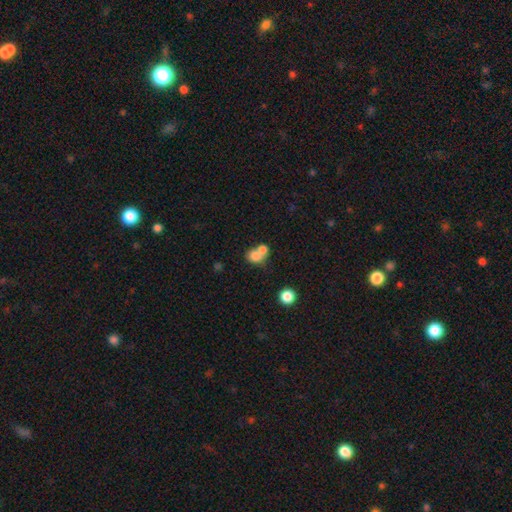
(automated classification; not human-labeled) The model was most divided on "how rounded": round: 65%, in between: 34%, cigar-shaped: 1%. More confident: smooth or featured — smooth (76%); merging — merger (61%).